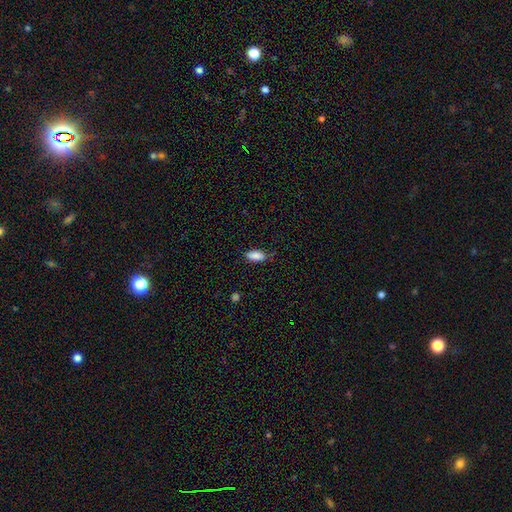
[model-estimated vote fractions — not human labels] A smooth galaxy with no disk features (87%) that is in between round and cigar-shaped (85%). Merging: none (76%).